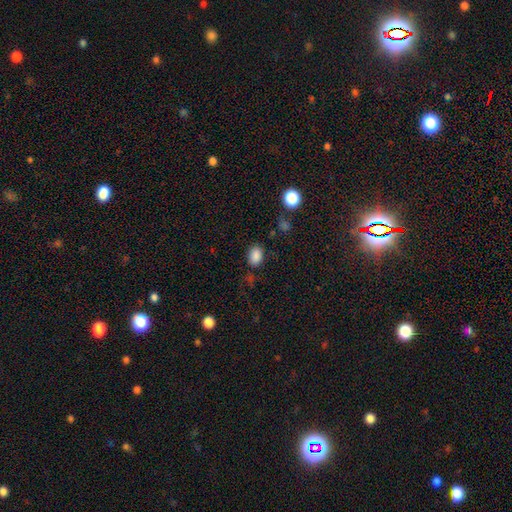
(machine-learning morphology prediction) smooth 85%, star or artifact 11%, featured or disk 4%. Down the decision tree: how rounded — in between (73%); merging — none (80%).